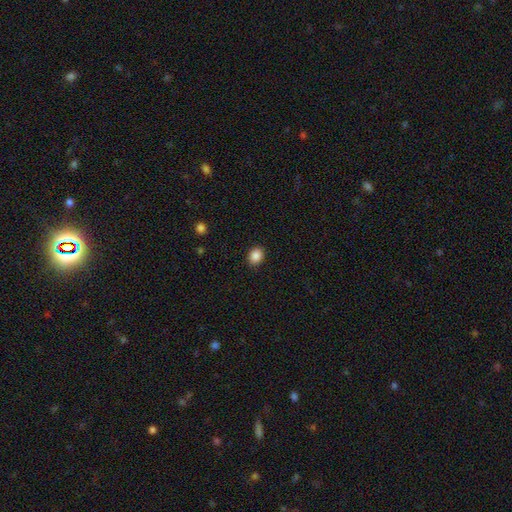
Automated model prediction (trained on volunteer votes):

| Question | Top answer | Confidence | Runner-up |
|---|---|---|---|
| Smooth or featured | smooth | 88% | star or artifact (9%) |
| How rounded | round | 54% | in between (45%) |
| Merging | none | 90% | minor disturbance (7%) |